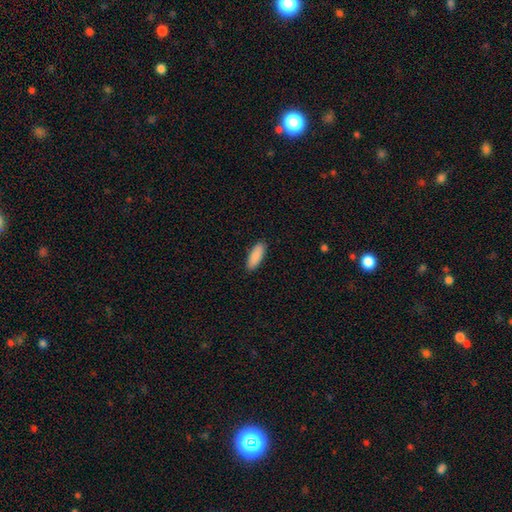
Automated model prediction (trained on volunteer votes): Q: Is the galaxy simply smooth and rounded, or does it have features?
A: smooth — 90%.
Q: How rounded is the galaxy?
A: in between — 71%.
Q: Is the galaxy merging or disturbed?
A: none — 90%.